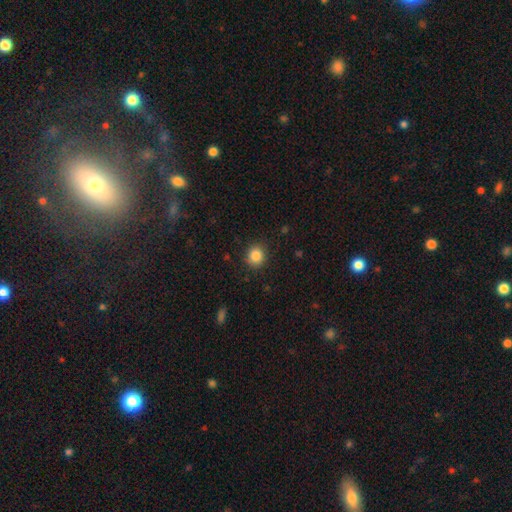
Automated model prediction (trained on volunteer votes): The model was most divided on "how rounded": round: 85%, in between: 14%, cigar-shaped: 1%. More confident: merging — none (88%); smooth or featured — smooth (86%).